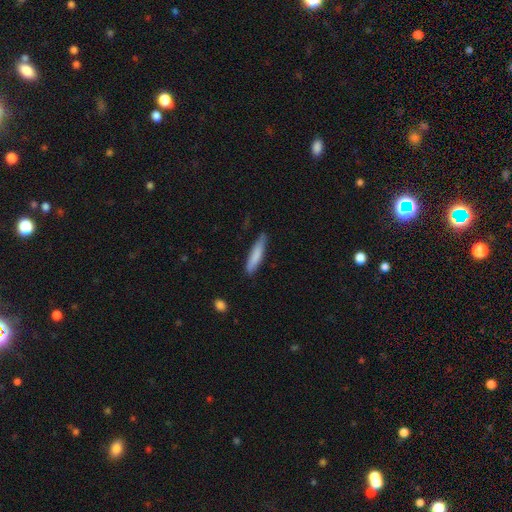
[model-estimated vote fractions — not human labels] smooth-or-featured: smooth: 79% | featured or disk: 16% | star or artifact: 6%
  how-rounded: cigar-shaped: 88% | in between: 11% | round: 1%
  merging: none: 76% | minor disturbance: 20% | major disturbance: 3% | merger: 2%